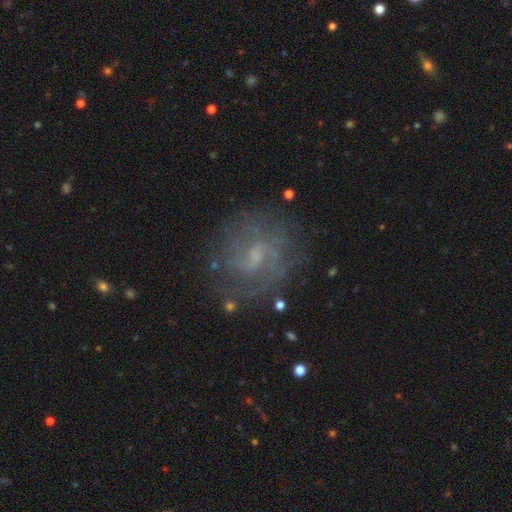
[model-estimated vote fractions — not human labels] Overall: featured or disk (74%). Edge-on disk: no (97%). Bar: weak (59%; no 28%). Spiral arms: yes (88%). Spiral arm count: 2 (51%; can't tell 30%). Spiral winding: medium (43%; tight 36%). Bulge size: small (53%; moderate 27%). Merging: none (75%).